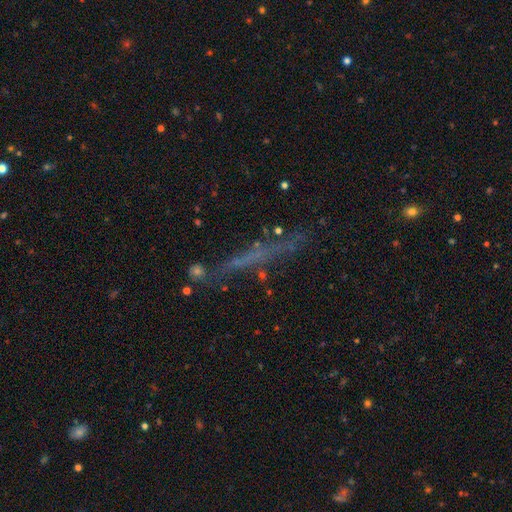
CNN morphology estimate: A featured or disk galaxy (43%).

Vote fractions:
- Smooth or featured? featured or disk: 43% / smooth: 34% / star or artifact: 23%
- Merging? none: 69% / minor disturbance: 15% / major disturbance: 10% / merger: 6%